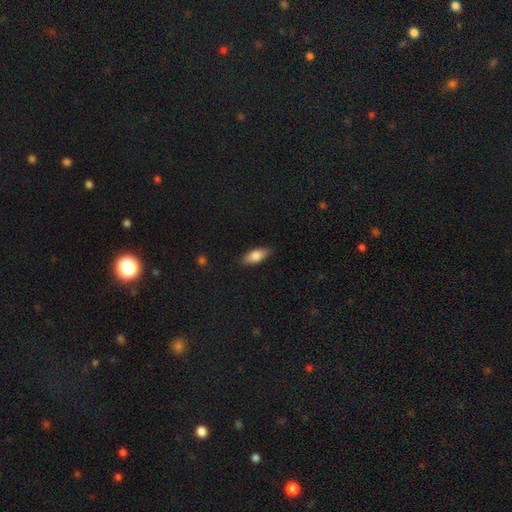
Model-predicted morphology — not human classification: The model was most divided on "how rounded": in between: 80%, cigar-shaped: 17%, round: 3%. More confident: merging — none (86%); smooth or featured — smooth (79%).